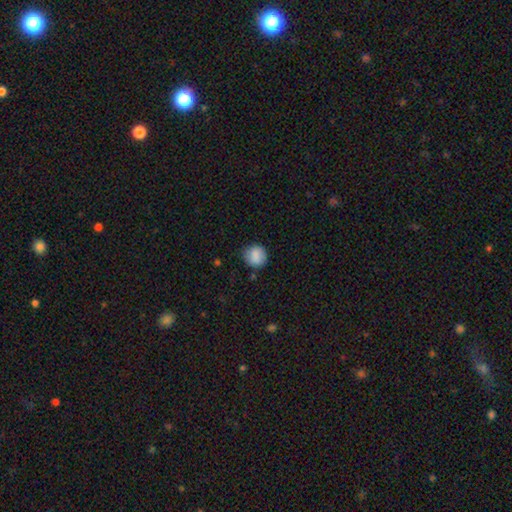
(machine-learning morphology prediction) smooth 86%, star or artifact 8%, featured or disk 6%. Down the decision tree: how rounded — round (86%); merging — none (80%).